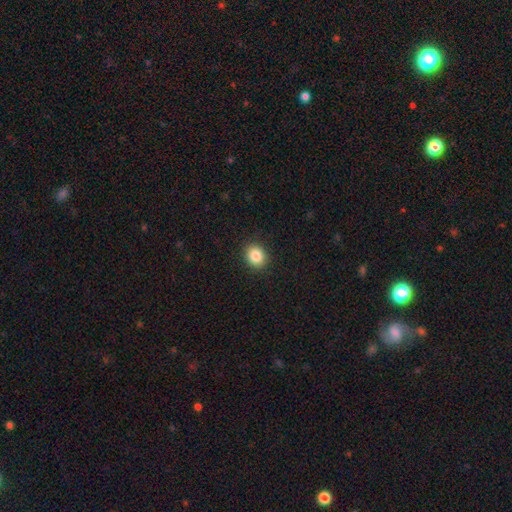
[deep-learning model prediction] smooth_or_featured: smooth (p=0.86) [alt: star or artifact p=0.09]
how_rounded: round (p=0.64) [alt: in between p=0.35]
merging: none (p=0.90) [alt: minor disturbance p=0.07]